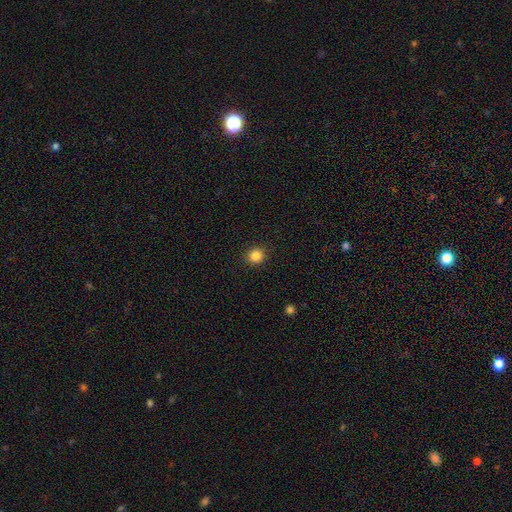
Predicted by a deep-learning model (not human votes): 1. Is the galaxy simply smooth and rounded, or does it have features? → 85% smooth, 11% star or artifact, 4% featured or disk.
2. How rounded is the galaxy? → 90% round, 9% in between, 1% cigar-shaped.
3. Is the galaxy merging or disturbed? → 92% none, 5% minor disturbance, 2% major disturbance, 1% merger.